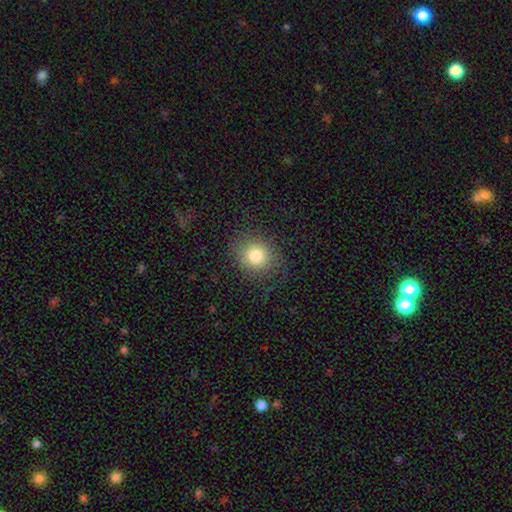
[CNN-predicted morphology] The model was most divided on "how rounded": round: 83%, in between: 16%, cigar-shaped: 1%. More confident: smooth or featured — smooth (80%); merging — none (79%).